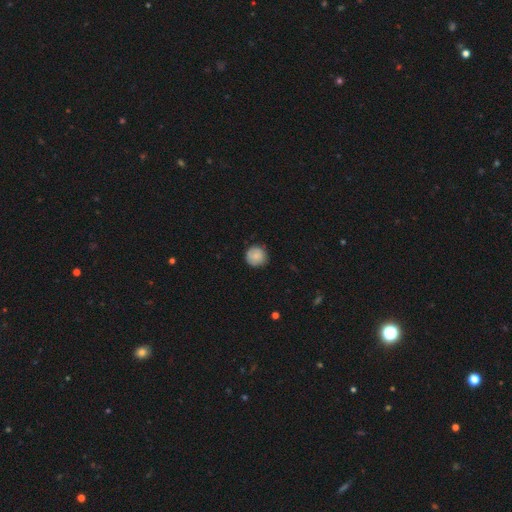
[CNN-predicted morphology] Overall: smooth (82%). How rounded: round (95%). Merging: none (85%).